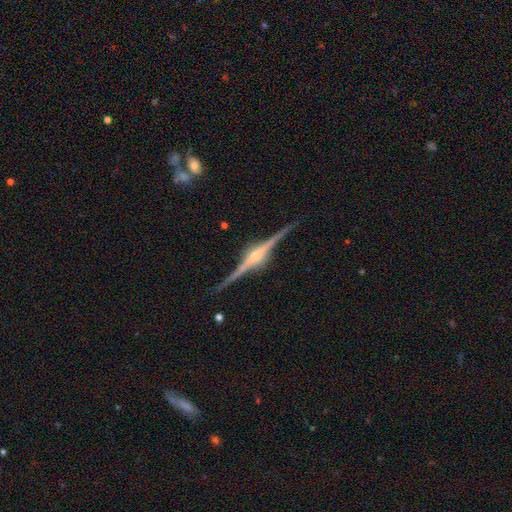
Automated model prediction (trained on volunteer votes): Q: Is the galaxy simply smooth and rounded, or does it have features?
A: featured or disk — 90%.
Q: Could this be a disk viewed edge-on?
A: yes — 98%.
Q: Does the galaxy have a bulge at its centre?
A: rounded — 84%.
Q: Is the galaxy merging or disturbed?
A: none — 90%.